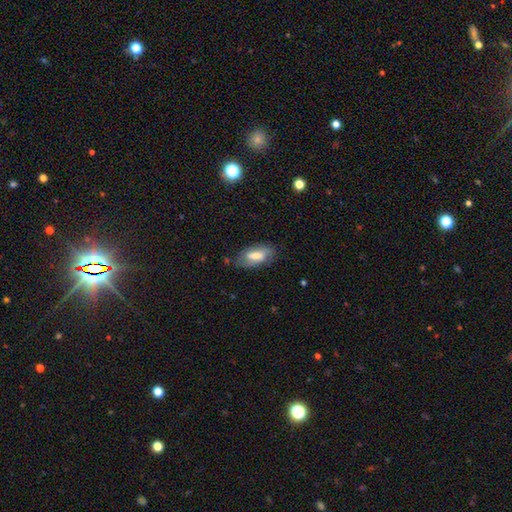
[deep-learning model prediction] Smooth or featured? Predicted: smooth (p=0.61). How rounded? Predicted: in between (p=0.87). Merging? Predicted: none (p=0.69).